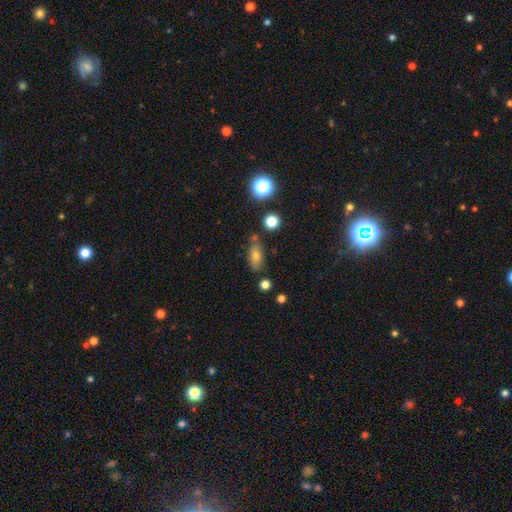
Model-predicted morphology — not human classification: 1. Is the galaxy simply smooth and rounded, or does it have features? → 70% smooth, 17% featured or disk, 13% star or artifact.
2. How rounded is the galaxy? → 75% in between, 16% cigar-shaped, 8% round.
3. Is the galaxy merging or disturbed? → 72% none, 15% minor disturbance, 9% merger, 4% major disturbance.